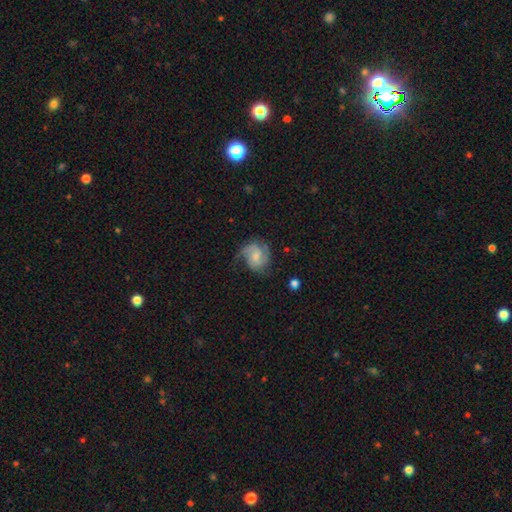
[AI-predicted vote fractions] Morphology: type=featured or disk (74%); edge-on=no (98%); bar=no (48%); spiral arms=yes (95%); winding=medium (48%); arm count=2 (65%); bulge=small (46%); merging=none (58%).